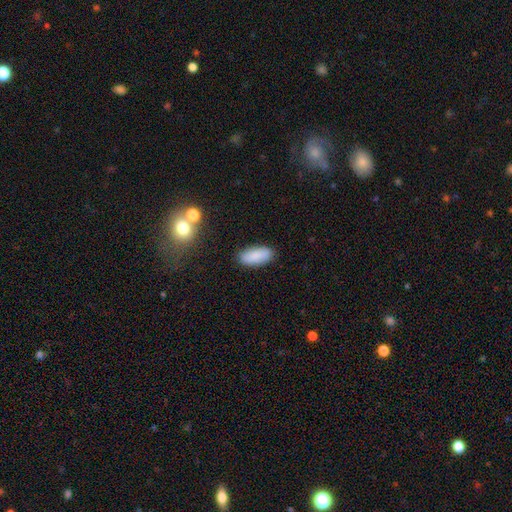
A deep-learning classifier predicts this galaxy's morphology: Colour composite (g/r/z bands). It shows a smooth galaxy with no disk features (86%) that is in between round and cigar-shaped (85%). Merging: none (86%).